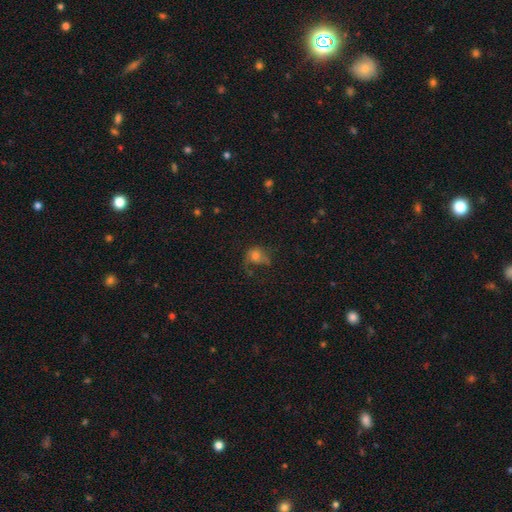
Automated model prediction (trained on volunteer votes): Smooth or featured: smooth — 58% (featured or disk — 29%)
How rounded: round — 58% (in between — 41%)
Merging: major disturbance — 42% (none — 33%)